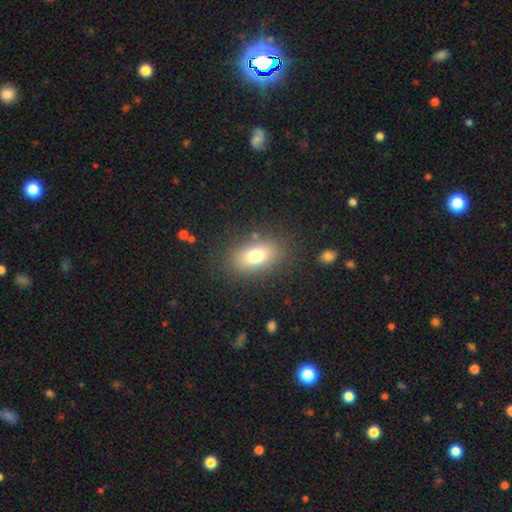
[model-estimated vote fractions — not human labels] smooth-or-featured: smooth: 75% | featured or disk: 14% | star or artifact: 11%
  how-rounded: in between: 83% | round: 14% | cigar-shaped: 3%
  merging: none: 83% | minor disturbance: 10% | major disturbance: 5% | merger: 2%